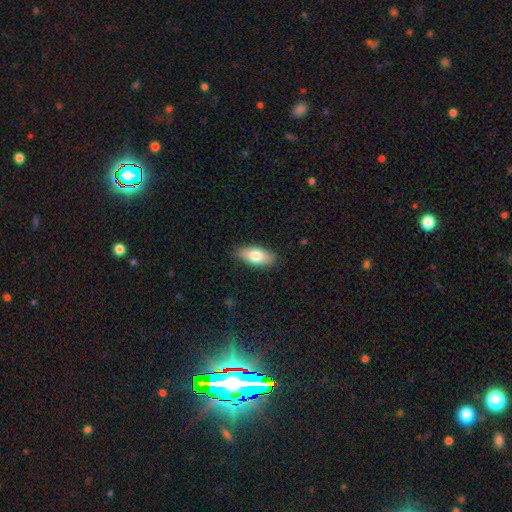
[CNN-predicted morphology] type=smooth (75%); roundness=in between (87%); merging=none (87%).